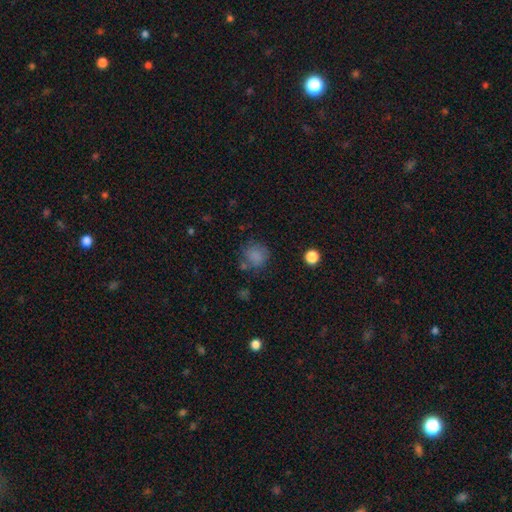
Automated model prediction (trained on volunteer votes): Smooth or featured? smooth (79%)
How rounded? round (83%)
Merging? none (64%)